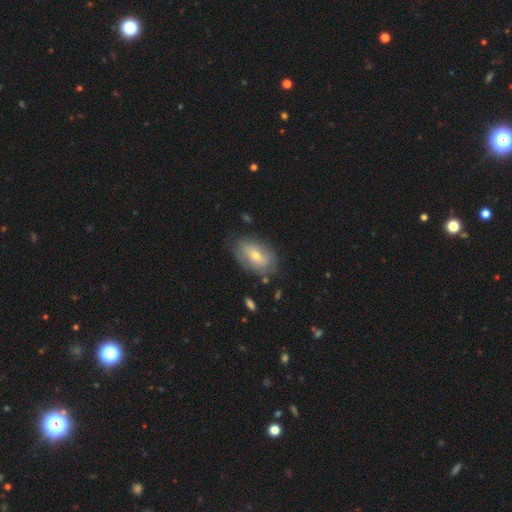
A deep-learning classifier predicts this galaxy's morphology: The model was most divided on "smooth or featured": smooth: 54%, featured or disk: 38%, star or artifact: 7%. More confident: how rounded — in between (88%); merging — none (70%).